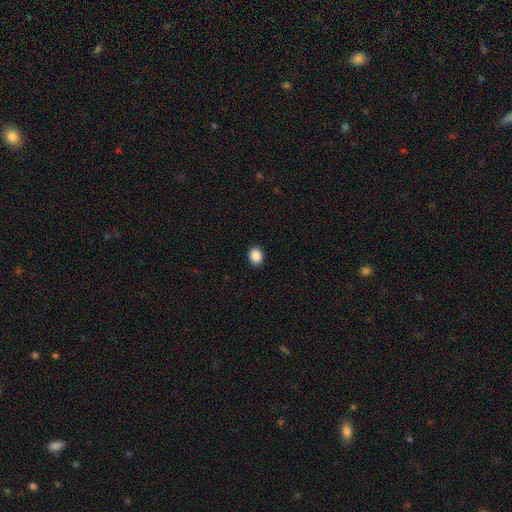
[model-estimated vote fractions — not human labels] Morphology: type=smooth (89%); roundness=round (57%); merging=none (91%).